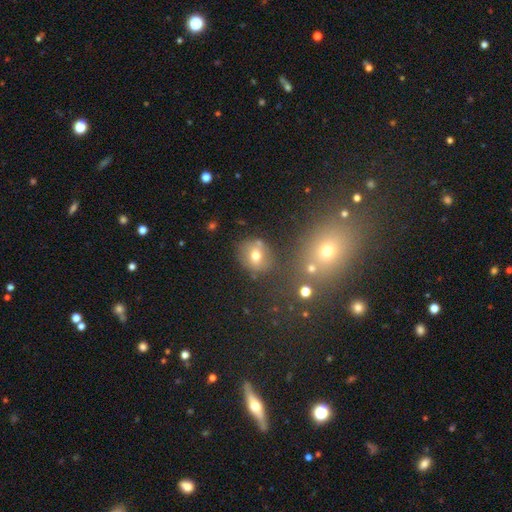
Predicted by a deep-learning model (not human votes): Smooth or featured? smooth (67%)
How rounded? round (69%)
Merging? none (71%)